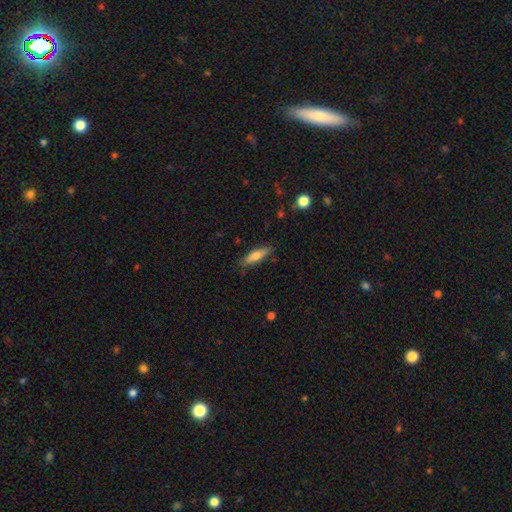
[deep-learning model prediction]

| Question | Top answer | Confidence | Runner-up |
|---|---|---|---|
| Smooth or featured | smooth | 69% | featured or disk (24%) |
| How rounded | cigar-shaped | 65% | in between (33%) |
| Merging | none | 82% | minor disturbance (14%) |